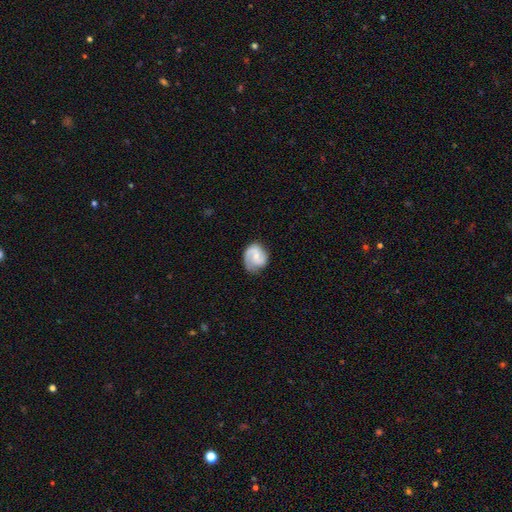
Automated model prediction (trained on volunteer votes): Smooth or featured?
  - featured or disk: 72% *
  - smooth: 23%
  - star or artifact: 6%
Edge-on disk?
  - no: 98% *
  - yes: 2%
Bar?
  - weak: 46% *
  - no: 43%
  - strong: 11%
Spiral arms?
  - yes: 94% *
  - no: 6%
Spiral winding?
  - medium: 46% *
  - tight: 30%
  - loose: 24%
Spiral arm count?
  - 2: 74% *
  - 1: 16%
  - can't tell: 6%
  - 3: 2%
  - 4: 1%
  - more than 4: 1%
Bulge size?
  - small: 53% *
  - moderate: 35%
  - none: 10%
  - large: 2%
  - dominant: 1%
Merging?
  - none: 68% *
  - minor disturbance: 22%
  - major disturbance: 8%
  - merger: 1%